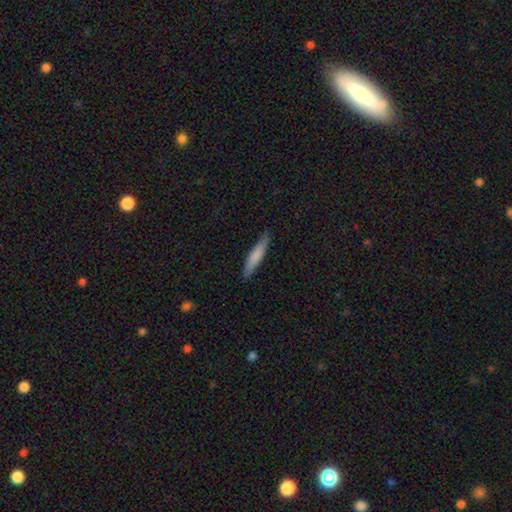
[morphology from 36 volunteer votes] This appears to be a smooth galaxy with no disk features (83%) that is cigar-shaped (93%). Merging: none (74%).